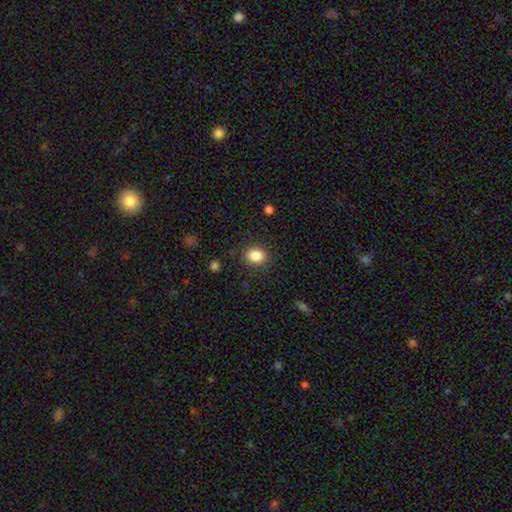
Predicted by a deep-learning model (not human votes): smooth-or-featured: smooth: 86% | star or artifact: 9% | featured or disk: 5%
  how-rounded: round: 50% | in between: 49% | cigar-shaped: 1%
  merging: none: 86% | minor disturbance: 10% | major disturbance: 3% | merger: 1%